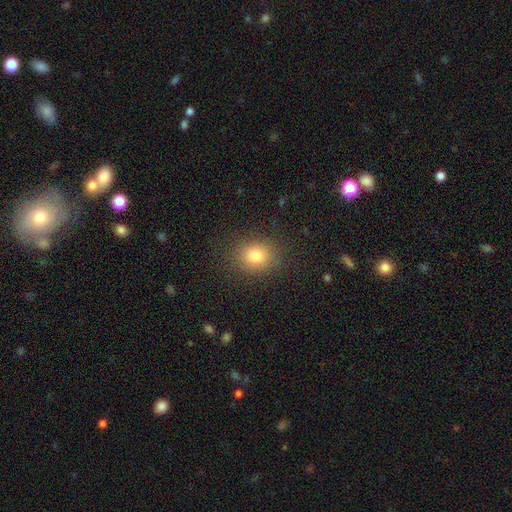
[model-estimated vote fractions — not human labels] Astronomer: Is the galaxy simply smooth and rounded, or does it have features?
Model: smooth — 80%.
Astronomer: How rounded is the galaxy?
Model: round — 73%.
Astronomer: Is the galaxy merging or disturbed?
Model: none — 88%.